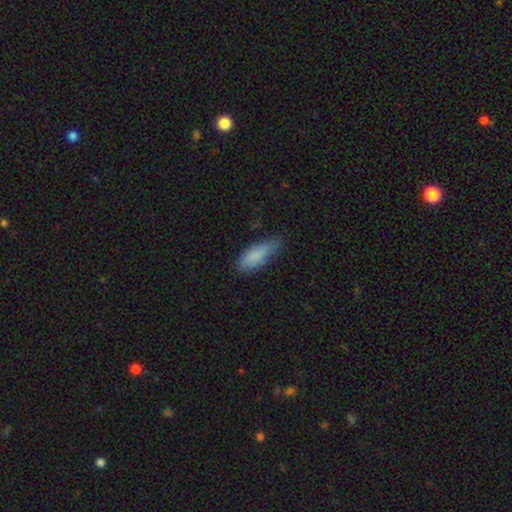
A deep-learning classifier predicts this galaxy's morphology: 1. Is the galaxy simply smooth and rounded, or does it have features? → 85% smooth, 8% featured or disk, 7% star or artifact.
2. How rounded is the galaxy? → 69% in between, 29% cigar-shaped, 2% round.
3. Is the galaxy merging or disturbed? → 54% none, 36% minor disturbance, 7% major disturbance, 2% merger.